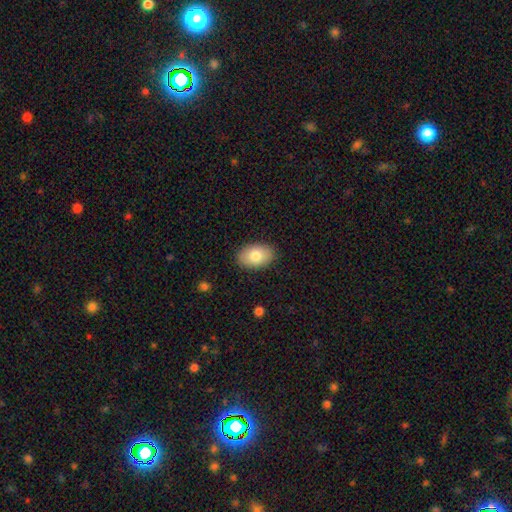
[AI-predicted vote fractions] Morphology: type=smooth (81%); roundness=in between (89%); merging=none (88%).